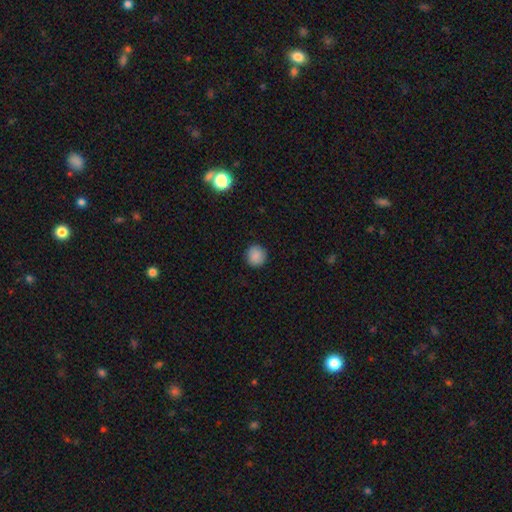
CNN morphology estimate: Smooth or featured? smooth (88%)
How rounded? round (93%)
Merging? none (91%)